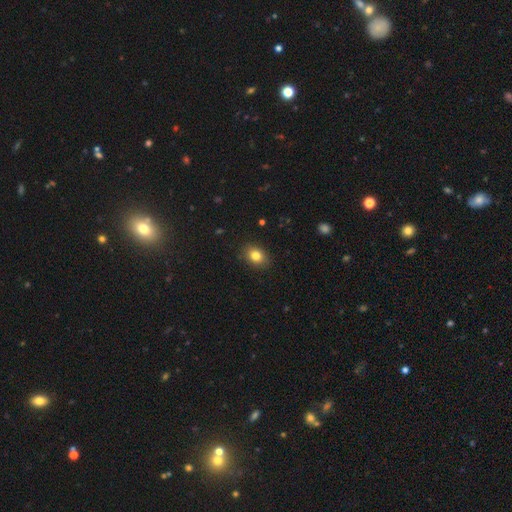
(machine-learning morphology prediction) Q: Smooth or featured?
A: smooth (82%); runner-up: star or artifact (10%)
Q: How rounded?
A: in between (68%); runner-up: round (31%)
Q: Merging?
A: none (87%); runner-up: minor disturbance (10%)